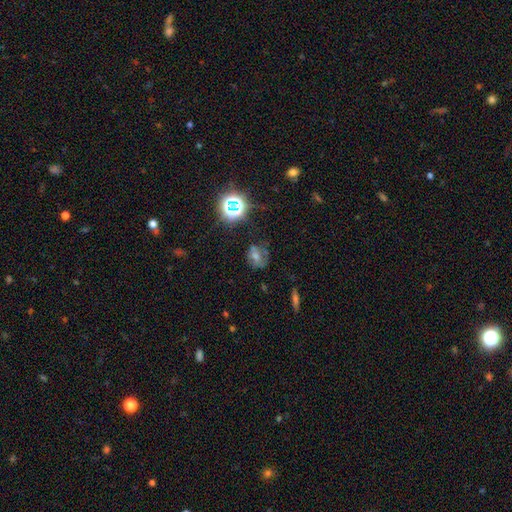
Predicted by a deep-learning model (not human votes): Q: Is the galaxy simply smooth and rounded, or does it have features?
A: star or artifact — 34%, tied with smooth.